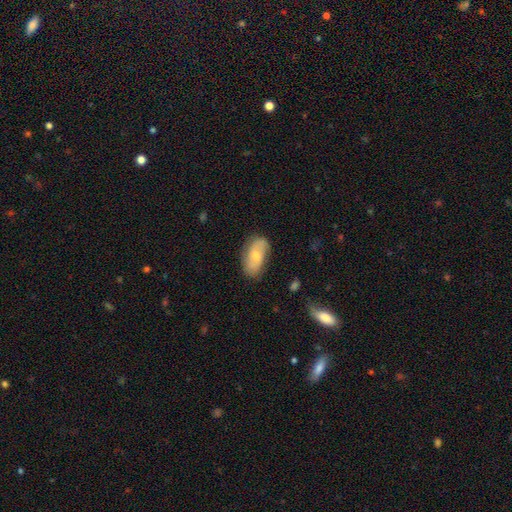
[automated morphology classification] This appears to be a smooth galaxy with no disk features (52%) that is in between round and cigar-shaped (91%). Merging: none (71%).